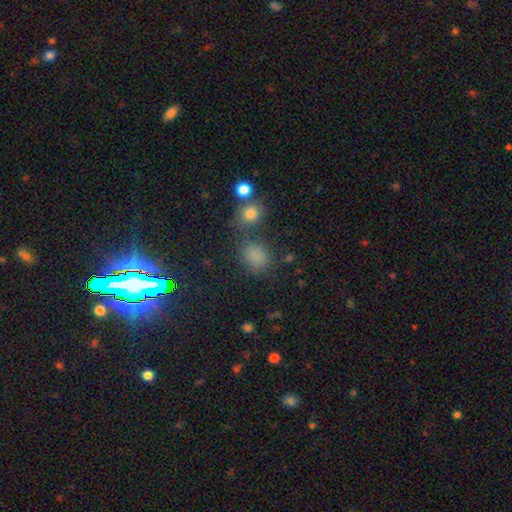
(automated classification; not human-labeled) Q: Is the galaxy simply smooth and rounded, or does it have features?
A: smooth — 78%.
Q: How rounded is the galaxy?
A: in between — 50%.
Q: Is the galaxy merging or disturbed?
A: none — 66%.